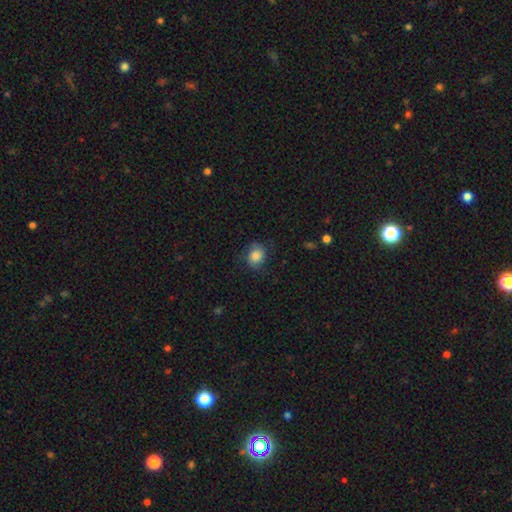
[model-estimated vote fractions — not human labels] This is likely a smooth galaxy (77%). How rounded: likely round (64%). Merging: likely none (68%).